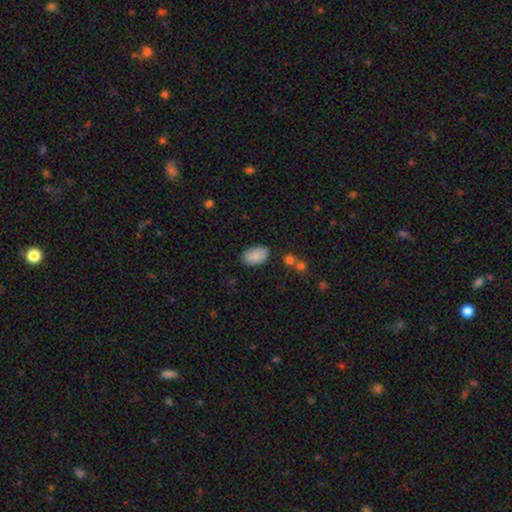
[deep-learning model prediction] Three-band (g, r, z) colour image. It shows a smooth galaxy with no disk features (88%) that is in between round and cigar-shaped (93%). Merging: none (81%).